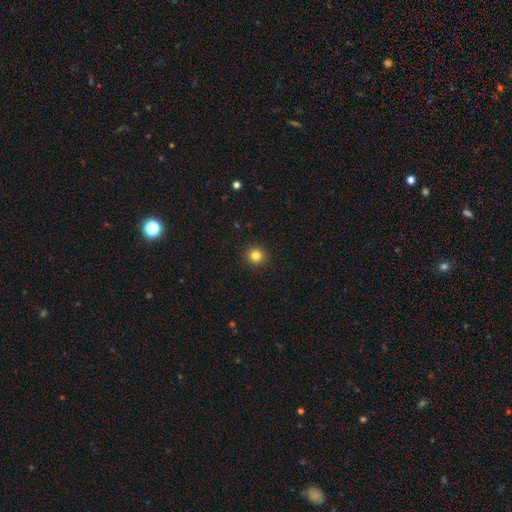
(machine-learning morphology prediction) Smooth or featured? Predicted: smooth (p=0.82). How rounded? Predicted: round (p=0.93). Merging? Predicted: none (p=0.93).